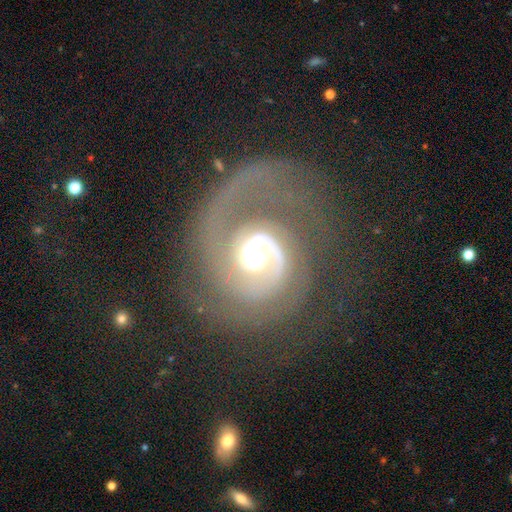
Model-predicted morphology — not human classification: This is clearly a featured or disk galaxy (89%). It is clearly not viewed edge-on (98%). Bar: likely no (63%). Spiral arm pattern: clearly yes (97%). Spiral arm count: possibly 1 (57%). Spiral winding: possibly tight (49%). Central bulge: likely moderate (63%). Merging: possibly none (59%).